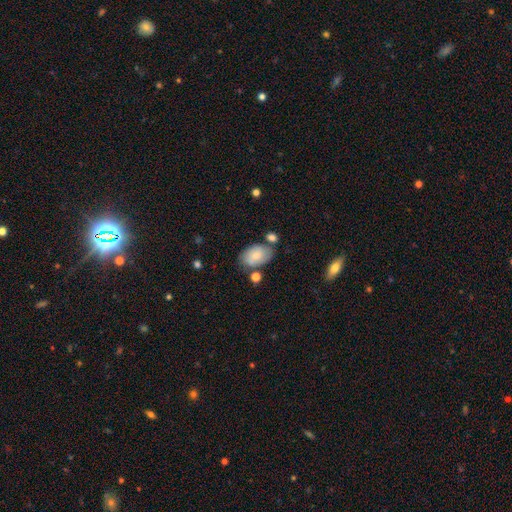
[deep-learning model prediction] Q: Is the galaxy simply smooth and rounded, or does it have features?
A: smooth — 77%.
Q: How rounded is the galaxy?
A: in between — 90%.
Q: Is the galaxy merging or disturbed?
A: none — 63%.